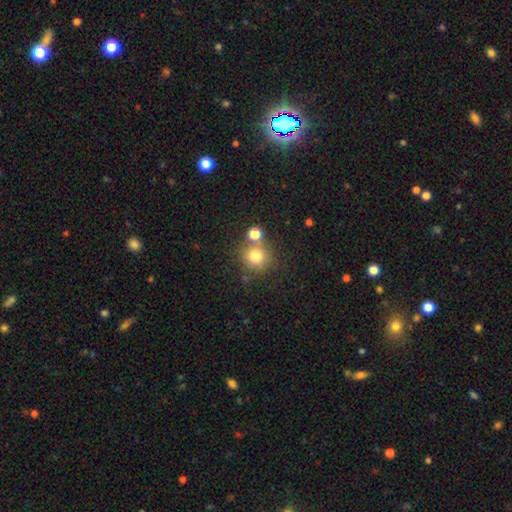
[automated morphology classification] A smooth galaxy with no disk features (78%) that is round (90%).

Vote fractions:
- Smooth or featured? smooth: 78% / star or artifact: 14% / featured or disk: 9%
- How rounded? round: 90% / in between: 9% / cigar-shaped: 1%
- Merging? none: 65% / merger: 22% / minor disturbance: 9% / major disturbance: 4%